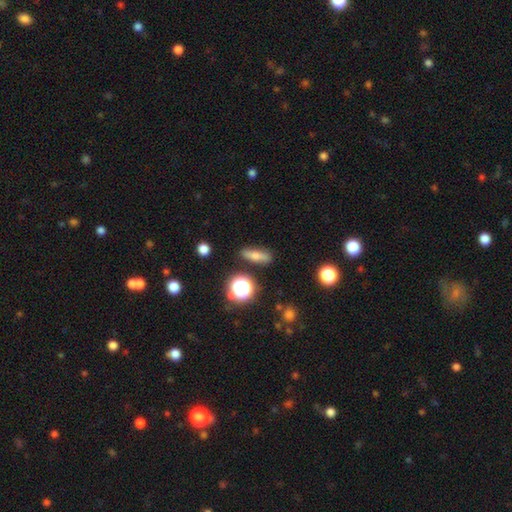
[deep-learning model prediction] Smooth or featured? smooth (62%)
How rounded? cigar-shaped (47%)
Merging? none (84%)